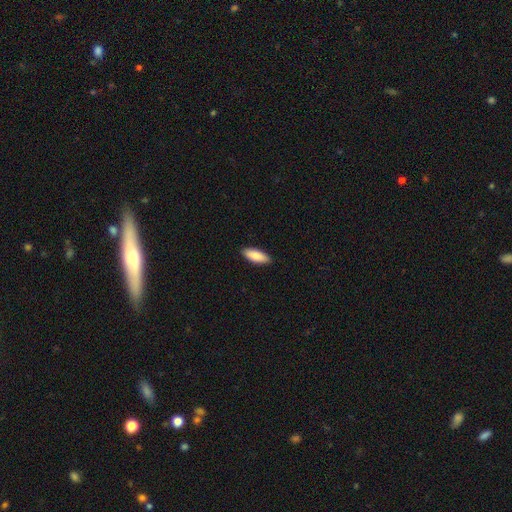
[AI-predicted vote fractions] A smooth galaxy with no disk features (88%) that is in between round and cigar-shaped (73%).

Vote fractions:
- Smooth or featured? smooth: 88% / featured or disk: 7% / star or artifact: 5%
- How rounded? in between: 73% / cigar-shaped: 25% / round: 2%
- Merging? none: 90% / minor disturbance: 8% / major disturbance: 2% / merger: 1%